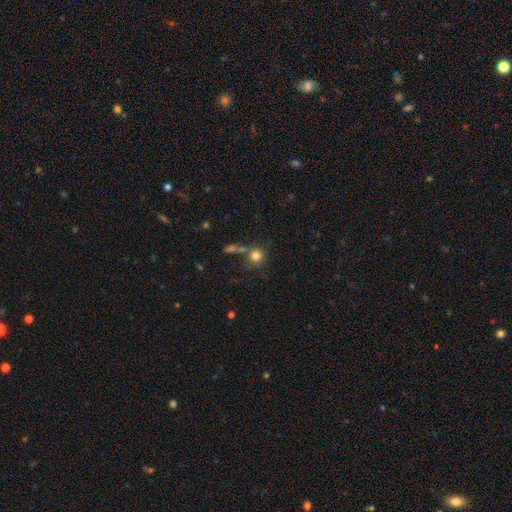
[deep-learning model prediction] Smooth or featured: smooth — 79% (star or artifact — 12%)
How rounded: round — 89% (in between — 9%)
Merging: none — 62% (merger — 19%)